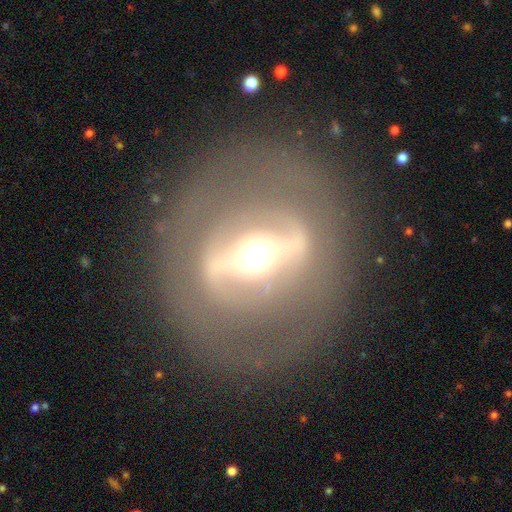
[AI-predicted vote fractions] Q: Smooth or featured?
A: featured or disk (79%); runner-up: smooth (14%)
Q: Edge-on disk?
A: no (79%); runner-up: yes (21%)
Q: Bar?
A: strong (78%); runner-up: weak (14%)
Q: Spiral arms?
A: no (71%); runner-up: yes (29%)
Q: Bulge size?
A: moderate (64%); runner-up: small (18%)
Q: Merging?
A: none (81%); runner-up: minor disturbance (10%)